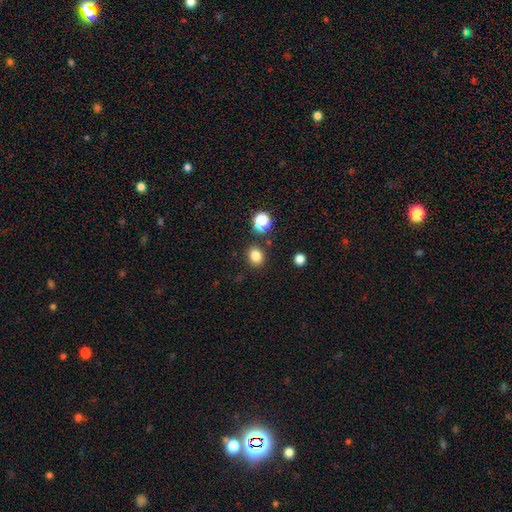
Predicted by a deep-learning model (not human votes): Smooth or featured? Predicted: smooth (p=0.82). How rounded? Predicted: round (p=0.57). Merging? Predicted: none (p=0.84).